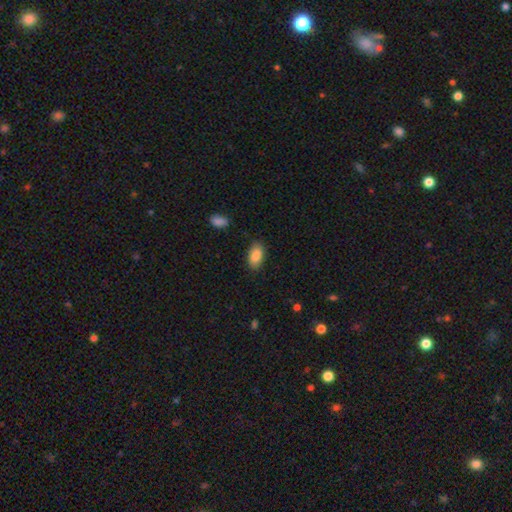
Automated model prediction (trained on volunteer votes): This is clearly a smooth galaxy (89%). How rounded: clearly in between (94%). Merging: clearly none (83%).